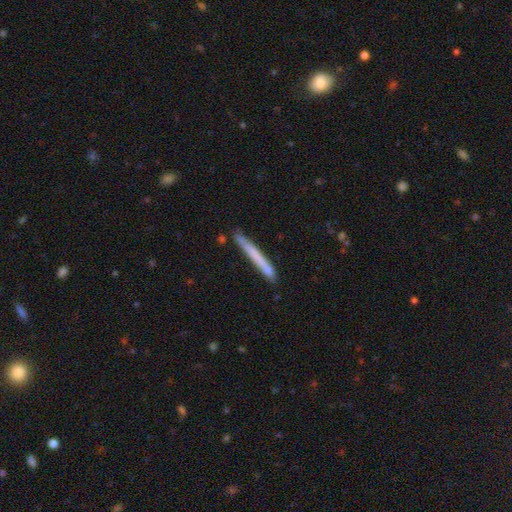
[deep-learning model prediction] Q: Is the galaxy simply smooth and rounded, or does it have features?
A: smooth — 63%.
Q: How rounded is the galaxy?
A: cigar-shaped — 97%.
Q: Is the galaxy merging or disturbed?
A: none — 78%.